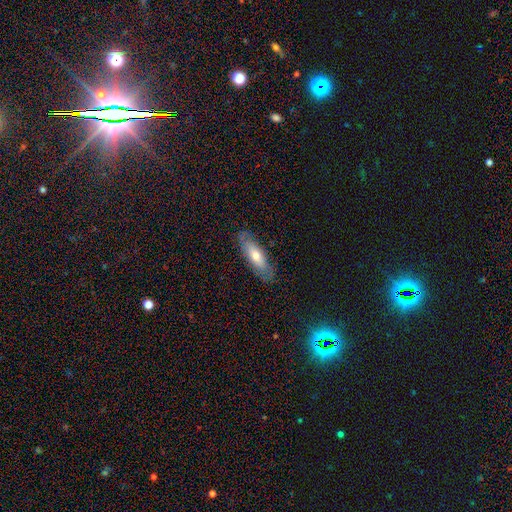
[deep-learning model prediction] The model was most divided on "how rounded": in between: 51%, cigar-shaped: 47%, round: 2%. More confident: merging — none (83%); smooth or featured — smooth (60%).